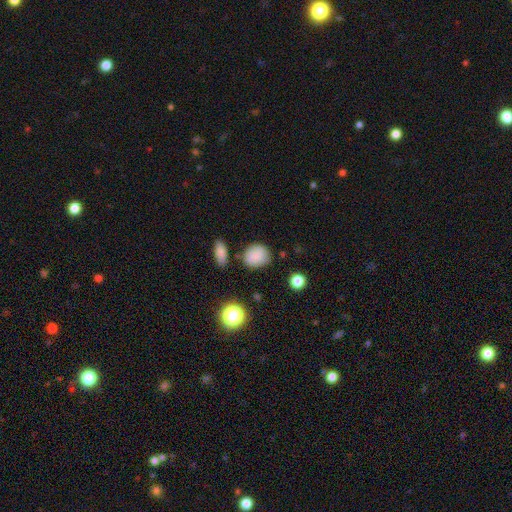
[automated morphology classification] Smooth or featured? smooth (85%)
How rounded? round (66%)
Merging? none (75%)